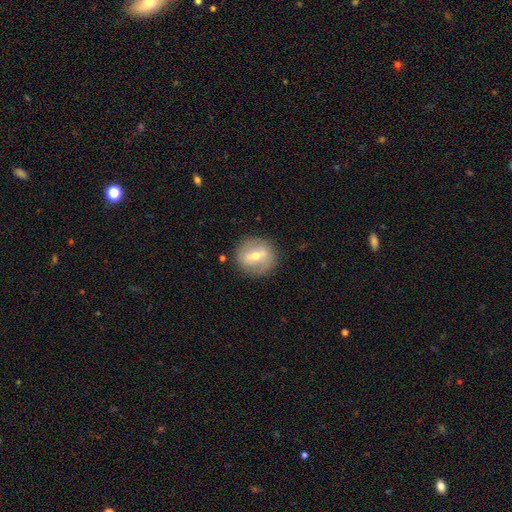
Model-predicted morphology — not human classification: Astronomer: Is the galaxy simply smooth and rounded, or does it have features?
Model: featured or disk — 50% (runner-up: smooth, 43%).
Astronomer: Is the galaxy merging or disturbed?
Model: none — 84%.